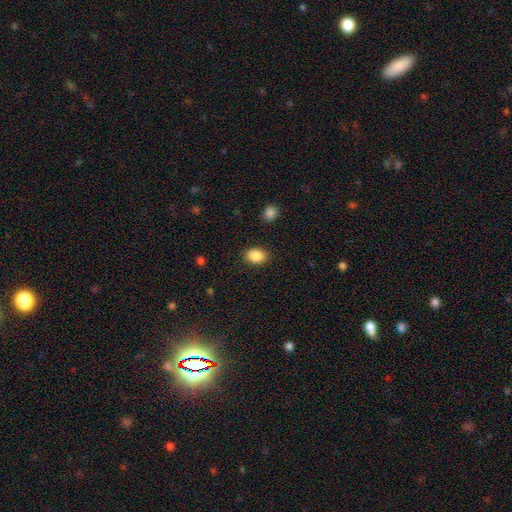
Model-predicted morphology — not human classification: smooth-or-featured: smooth: 88% | star or artifact: 8% | featured or disk: 4%
  how-rounded: in between: 75% | round: 24% | cigar-shaped: 1%
  merging: none: 88% | minor disturbance: 8% | major disturbance: 2% | merger: 1%